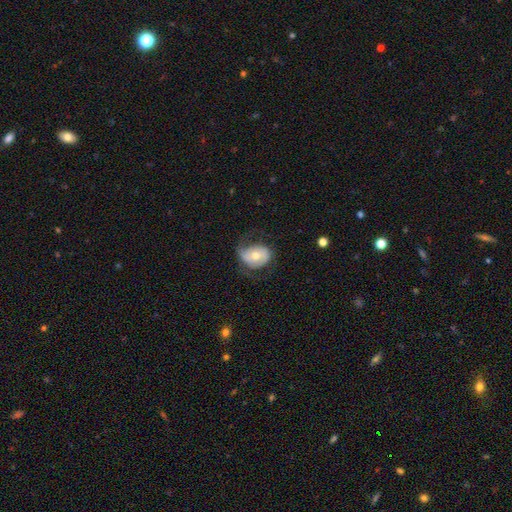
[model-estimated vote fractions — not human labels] Smooth or featured? featured or disk (53%)
Edge-on disk? no (96%)
Bar? no (59%)
Spiral arms? yes (71%)
Bulge size? moderate (61%)
Merging? none (52%)